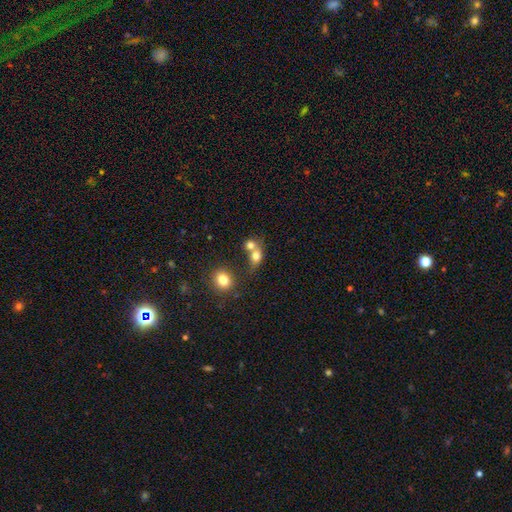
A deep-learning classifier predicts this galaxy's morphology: type=smooth (75%); roundness=round (60%); merging=merger (58%).